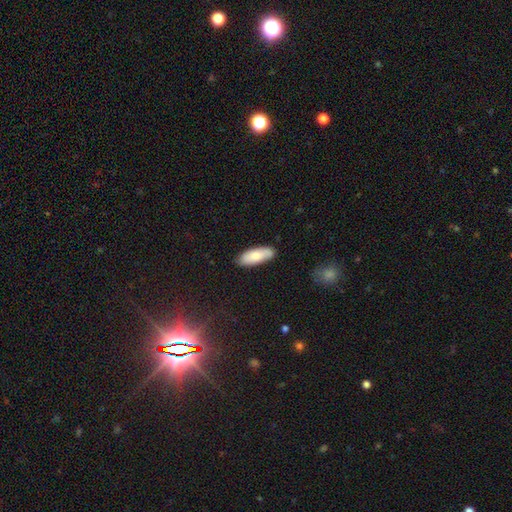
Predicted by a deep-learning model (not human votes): smooth-or-featured: smooth: 78% | featured or disk: 16% | star or artifact: 6%
  how-rounded: in between: 70% | cigar-shaped: 28% | round: 2%
  merging: none: 82% | minor disturbance: 14% | major disturbance: 2% | merger: 2%